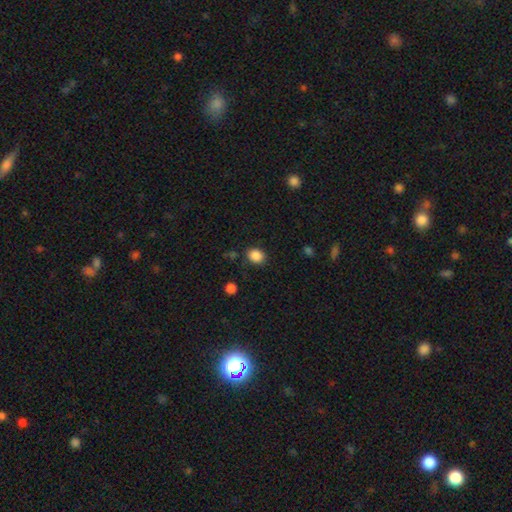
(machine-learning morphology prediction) type=smooth (87%); roundness=round (57%); merging=none (83%).